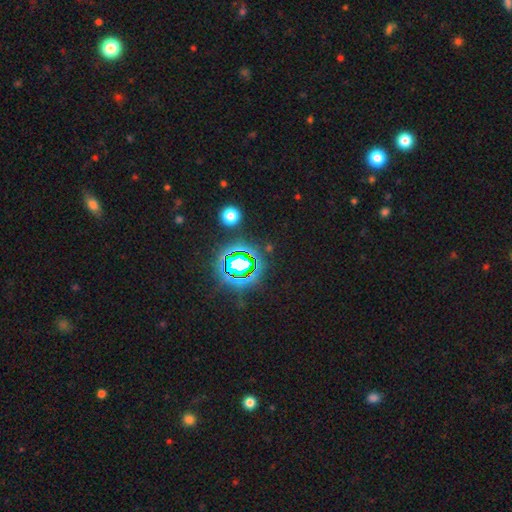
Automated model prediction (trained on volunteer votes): The model was most divided on "smooth or featured": star or artifact: 81%, smooth: 12%, featured or disk: 7%.